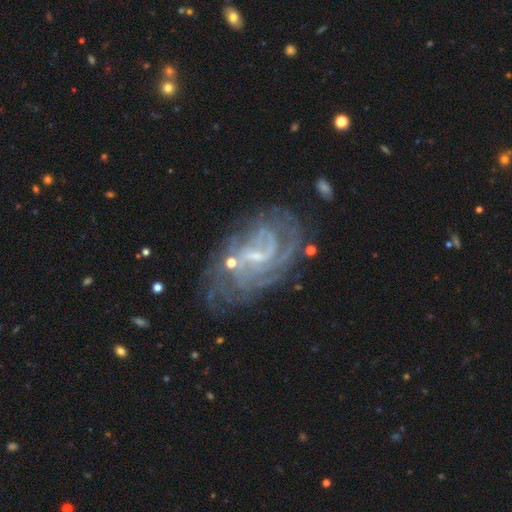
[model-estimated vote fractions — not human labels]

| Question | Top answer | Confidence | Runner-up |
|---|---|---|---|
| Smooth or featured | featured or disk | 86% | star or artifact (8%) |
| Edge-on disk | no | 97% | yes (3%) |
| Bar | weak | 52% | no (28%) |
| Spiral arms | yes | 93% | no (7%) |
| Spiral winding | tight | 53% | medium (35%) |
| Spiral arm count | can't tell | 36% | 2 (20%) |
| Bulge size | small | 64% | none (18%) |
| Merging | none | 62% | minor disturbance (19%) |